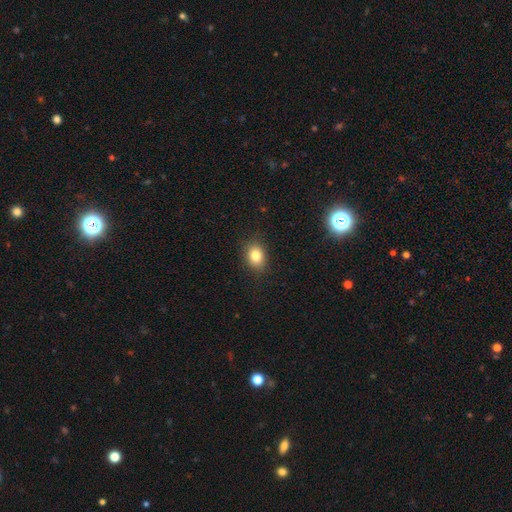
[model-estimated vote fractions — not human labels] smooth_or_featured: smooth (p=0.82) [alt: star or artifact p=0.11]
how_rounded: in between (p=0.62) [alt: round p=0.37]
merging: none (p=0.87) [alt: minor disturbance p=0.10]